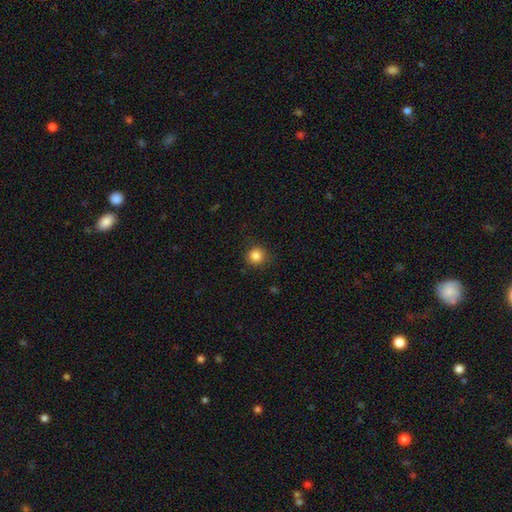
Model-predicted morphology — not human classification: Q: Smooth or featured?
A: smooth (85%); runner-up: star or artifact (11%)
Q: How rounded?
A: round (92%); runner-up: in between (7%)
Q: Merging?
A: none (86%); runner-up: minor disturbance (10%)